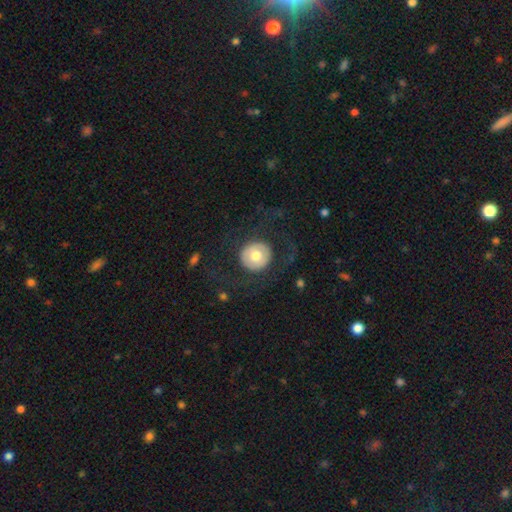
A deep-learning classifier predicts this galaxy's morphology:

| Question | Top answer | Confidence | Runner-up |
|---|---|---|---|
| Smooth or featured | smooth | 59% | featured or disk (34%) |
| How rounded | round | 91% | in between (8%) |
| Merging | none | 75% | major disturbance (15%) |